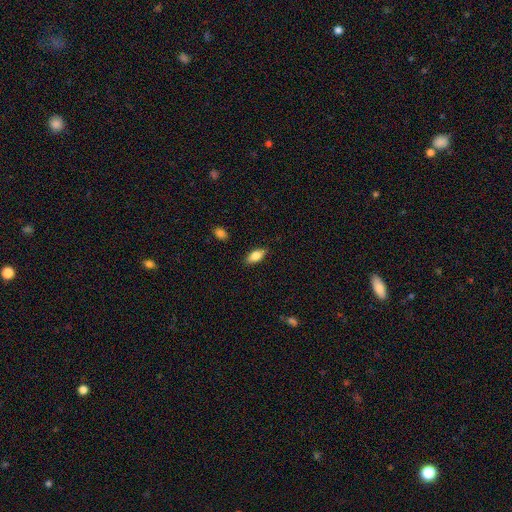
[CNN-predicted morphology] Smooth or featured? Predicted: smooth (p=0.76). How rounded? Predicted: in between (p=0.86). Merging? Predicted: none (p=0.86).